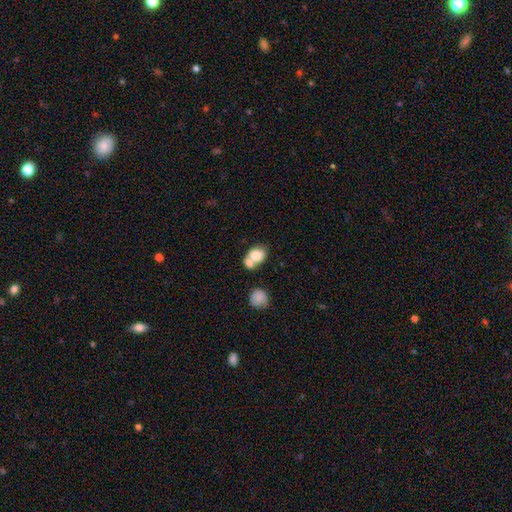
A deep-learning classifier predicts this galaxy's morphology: Smooth or featured: smooth — 76% (featured or disk — 15%)
How rounded: in between — 57% (round — 42%)
Merging: merger — 52% (none — 34%)